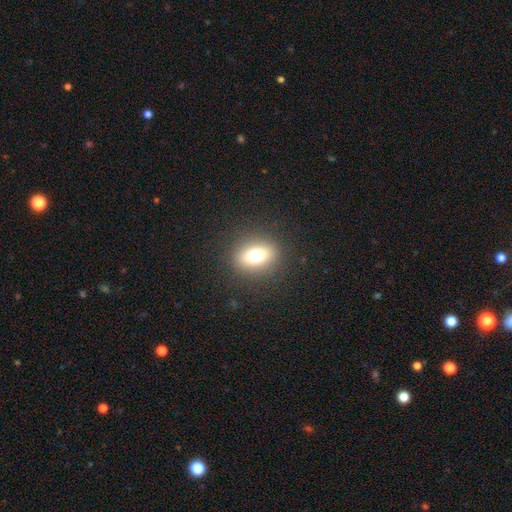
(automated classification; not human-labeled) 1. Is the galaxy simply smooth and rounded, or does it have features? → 72% smooth, 15% featured or disk, 13% star or artifact.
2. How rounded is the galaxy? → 59% in between, 39% round, 3% cigar-shaped.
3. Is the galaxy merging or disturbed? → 87% none, 8% minor disturbance, 4% major disturbance, 1% merger.